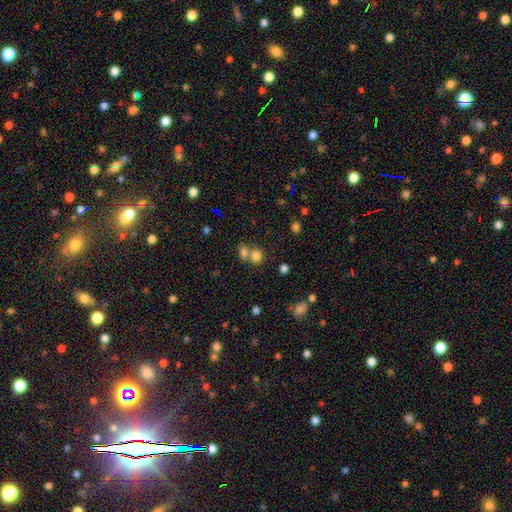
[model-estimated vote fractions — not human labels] smooth-or-featured: smooth: 78% | star or artifact: 14% | featured or disk: 8%
  how-rounded: round: 72% | in between: 26% | cigar-shaped: 1%
  merging: merger: 45% (tied) | none: 45% (tied) | minor disturbance: 7% | major disturbance: 3%